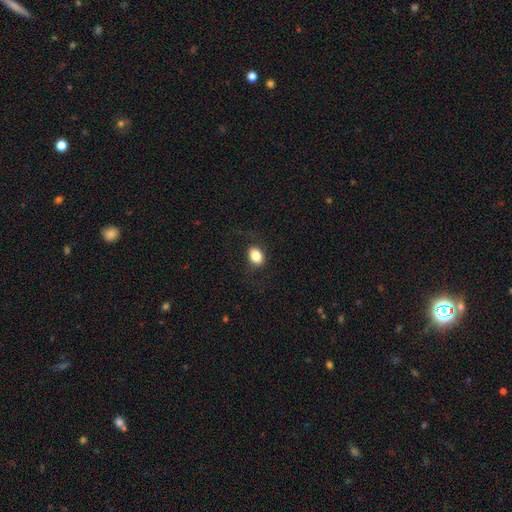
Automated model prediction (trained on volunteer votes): This is clearly a smooth galaxy (84%). How rounded: likely in between (71%). Merging: clearly none (81%).